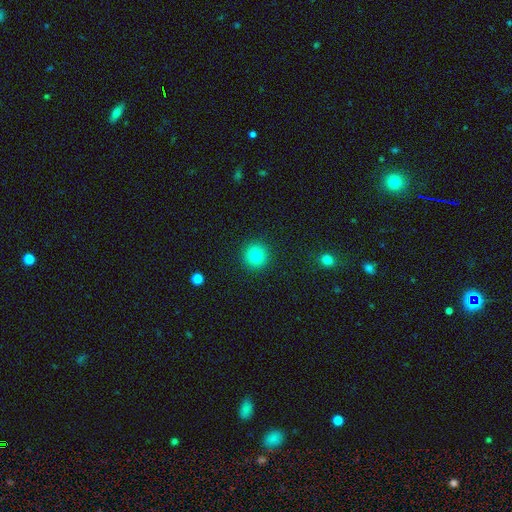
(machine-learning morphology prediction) Overall: smooth (81%). How rounded: round (95%). Merging: none (92%).